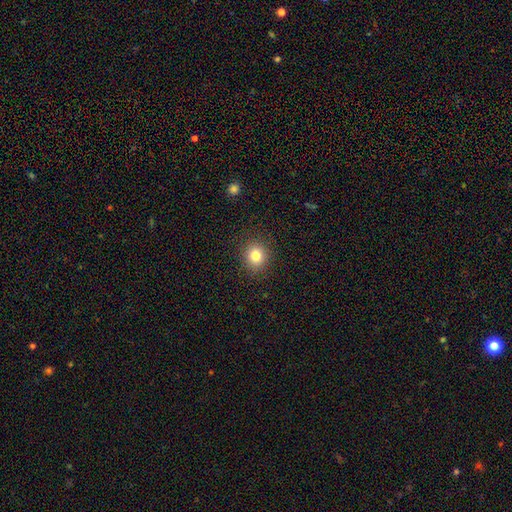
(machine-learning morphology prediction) Q: Smooth or featured?
A: smooth (82%); runner-up: star or artifact (11%)
Q: How rounded?
A: round (80%); runner-up: in between (20%)
Q: Merging?
A: none (89%); runner-up: minor disturbance (7%)